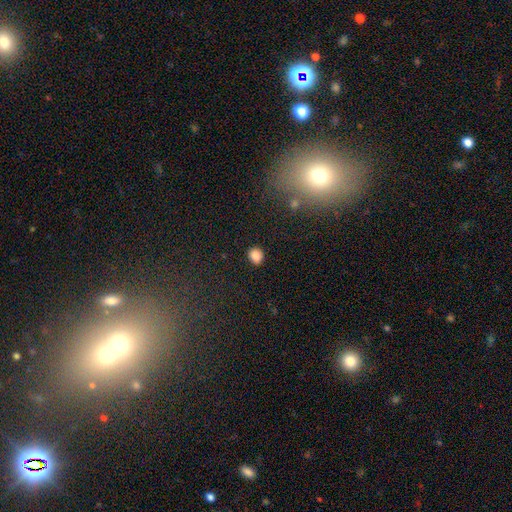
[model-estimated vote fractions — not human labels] A smooth galaxy with no disk features (86%) that is round (68%).

Vote fractions:
- Smooth or featured? smooth: 86% / star or artifact: 10% / featured or disk: 4%
- How rounded? round: 68% / in between: 31% / cigar-shaped: 1%
- Merging? none: 87% / minor disturbance: 9% / major disturbance: 3% / merger: 1%